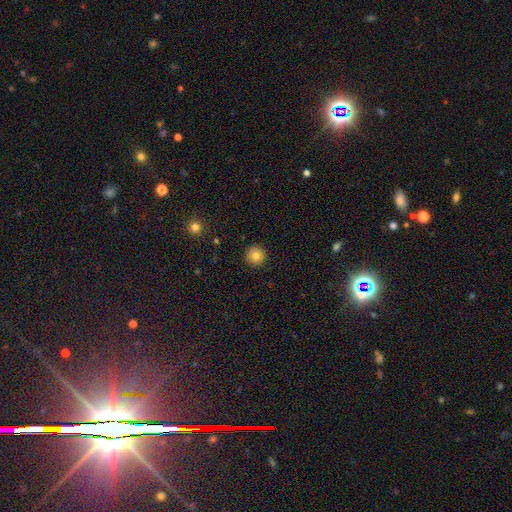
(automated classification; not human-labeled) Overall: smooth (82%). How rounded: round (96%). Merging: none (92%).